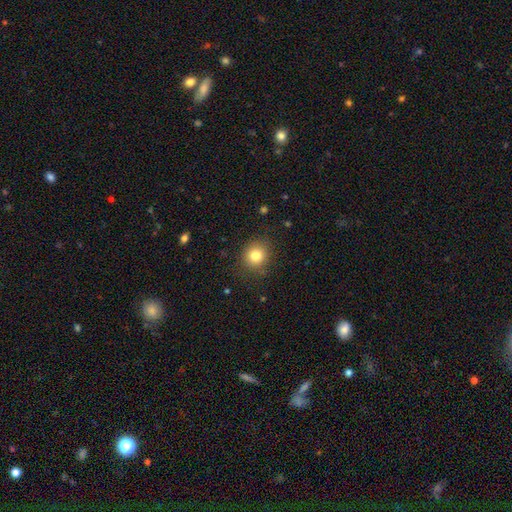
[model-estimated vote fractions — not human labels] Morphology: type=smooth (81%); roundness=round (86%); merging=none (85%).